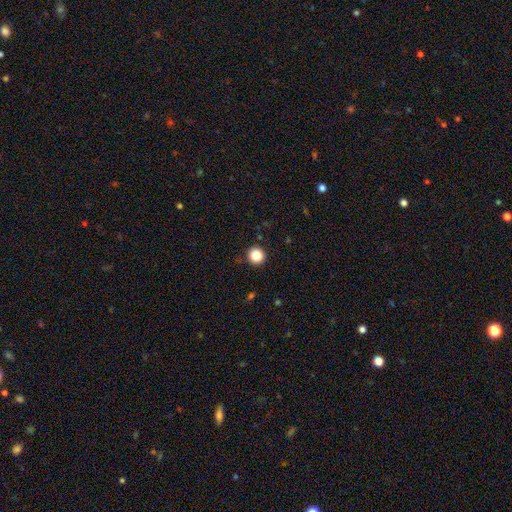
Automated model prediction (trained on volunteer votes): Smooth or featured? Predicted: smooth (p=0.86). How rounded? Predicted: round (p=0.94). Merging? Predicted: none (p=0.91).